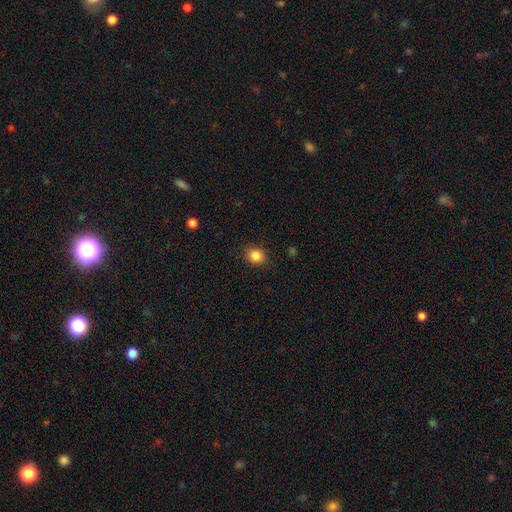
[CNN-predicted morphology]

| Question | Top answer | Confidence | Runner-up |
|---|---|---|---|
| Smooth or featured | smooth | 86% | star or artifact (10%) |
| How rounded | round | 70% | in between (29%) |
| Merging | none | 88% | minor disturbance (8%) |